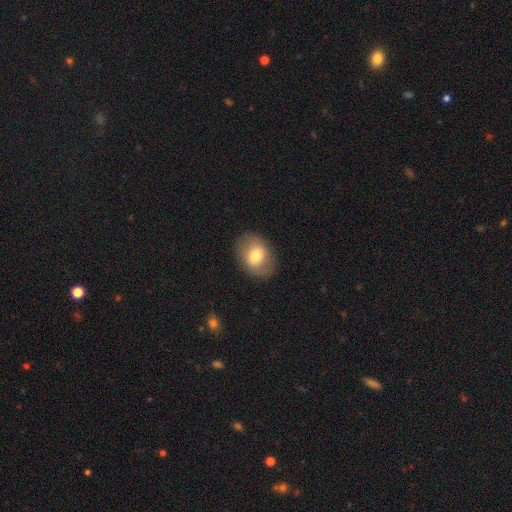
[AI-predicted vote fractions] Q: Smooth or featured?
A: smooth (69%); runner-up: featured or disk (23%)
Q: How rounded?
A: in between (63%); runner-up: round (36%)
Q: Merging?
A: none (84%); runner-up: minor disturbance (11%)